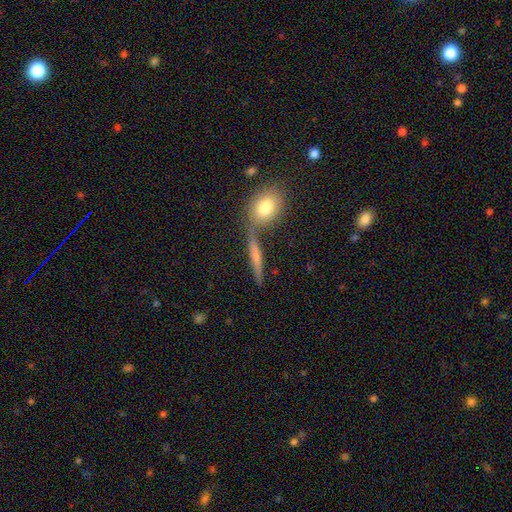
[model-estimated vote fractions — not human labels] A smooth galaxy with no disk features (57%) that is cigar-shaped (75%). Merging: none (67%).